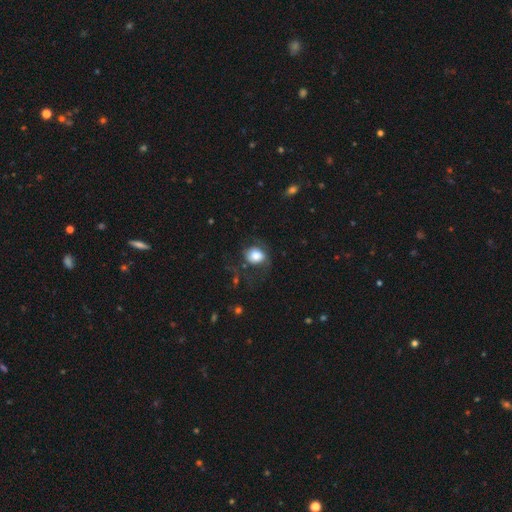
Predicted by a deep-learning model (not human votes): A smooth galaxy with no disk features (70%) that is round (60%). Merging: none (45%).